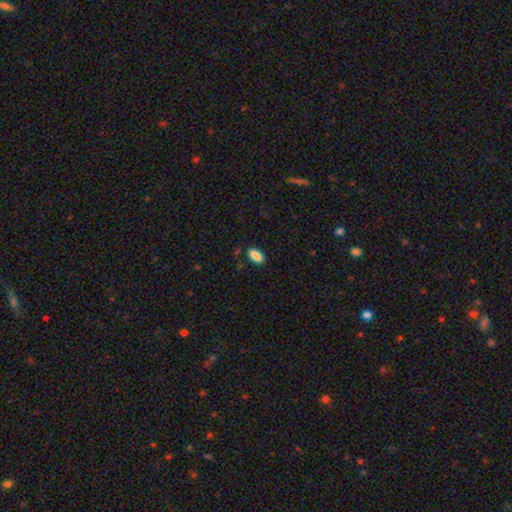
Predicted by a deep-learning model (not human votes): A smooth galaxy with no disk features (89%) that is in between round and cigar-shaped (87%). Merging: none (86%).